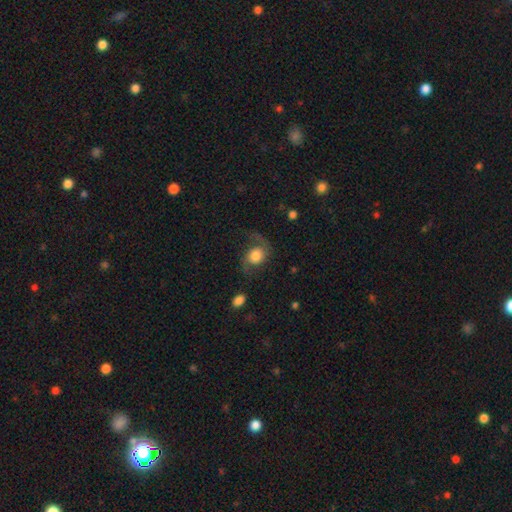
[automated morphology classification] Smooth or featured: featured or disk — 65% (smooth — 27%)
Edge-on disk: no — 97% (yes — 3%)
Bar: no — 73% (weak — 23%)
Spiral arms: yes — 92% (no — 8%)
Spiral winding: loose — 67% (medium — 27%)
Spiral arm count: 2 — 87% (1 — 8%)
Bulge size: large — 43% (moderate — 31%)
Merging: none — 60% (major disturbance — 19%)